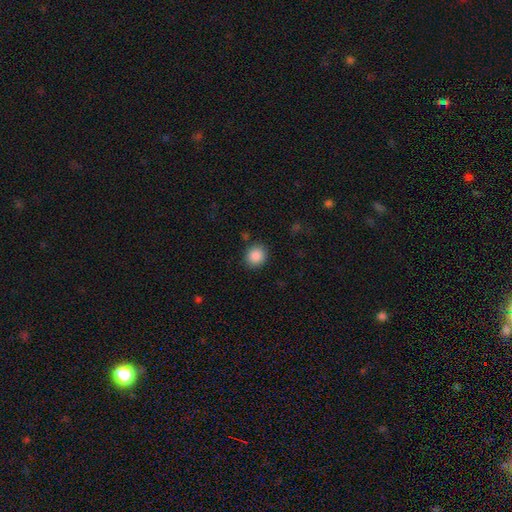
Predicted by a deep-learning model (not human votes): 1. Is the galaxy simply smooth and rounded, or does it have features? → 88% smooth, 9% star or artifact, 3% featured or disk.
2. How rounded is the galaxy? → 82% round, 17% in between, 1% cigar-shaped.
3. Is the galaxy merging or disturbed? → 87% none, 8% minor disturbance, 3% major disturbance, 2% merger.